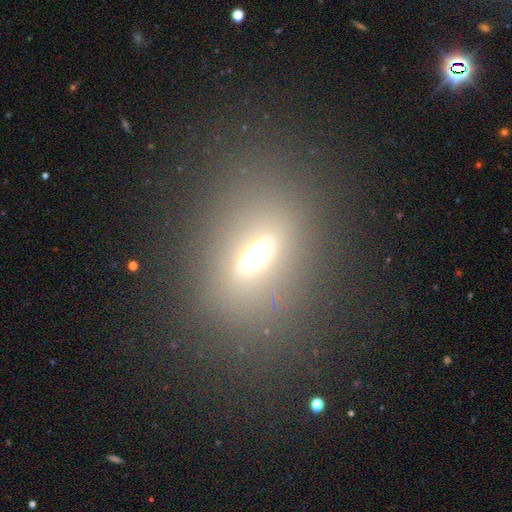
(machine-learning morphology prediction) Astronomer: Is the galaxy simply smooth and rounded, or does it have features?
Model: smooth — 52%.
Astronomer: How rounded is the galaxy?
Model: in between — 69%.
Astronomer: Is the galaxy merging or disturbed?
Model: none — 78%.